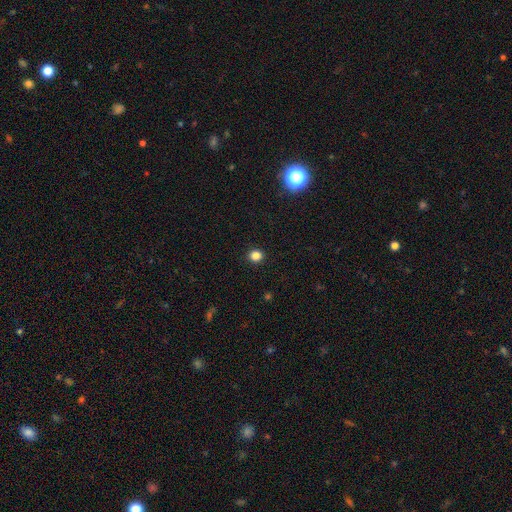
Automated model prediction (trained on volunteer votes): Smooth or featured? Predicted: smooth (p=0.84). How rounded? Predicted: round (p=0.90). Merging? Predicted: none (p=0.93).